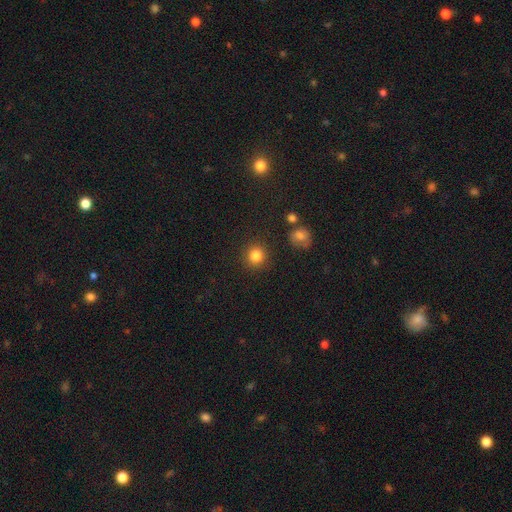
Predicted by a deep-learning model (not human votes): This appears to be a smooth galaxy with no disk features (83%) that is round (92%). Merging: none (89%).